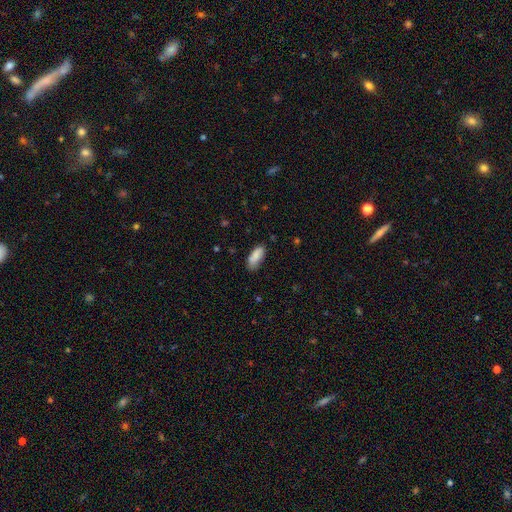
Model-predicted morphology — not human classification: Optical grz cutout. It shows a smooth galaxy with no disk features (84%) that is in between round and cigar-shaped (80%). Merging: none (74%).